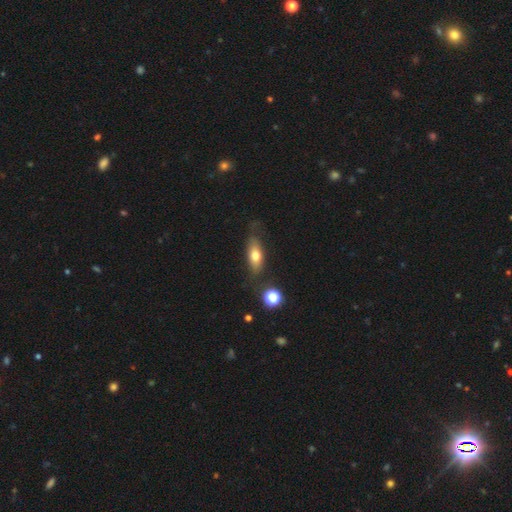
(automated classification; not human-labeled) Smooth or featured?
  - smooth: 68% *
  - featured or disk: 23%
  - star or artifact: 9%
How rounded?
  - in between: 70% *
  - cigar-shaped: 24%
  - round: 6%
Merging?
  - none: 68% *
  - minor disturbance: 21%
  - major disturbance: 7%
  - merger: 4%